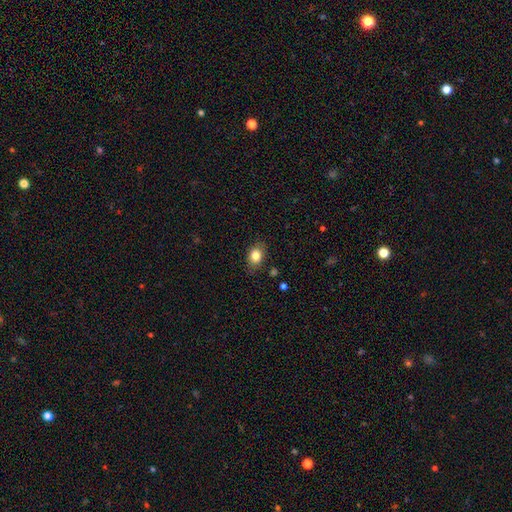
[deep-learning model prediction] The model was most divided on "how rounded": in between: 70%, round: 28%, cigar-shaped: 1%. More confident: smooth or featured — smooth (83%); merging — none (82%).